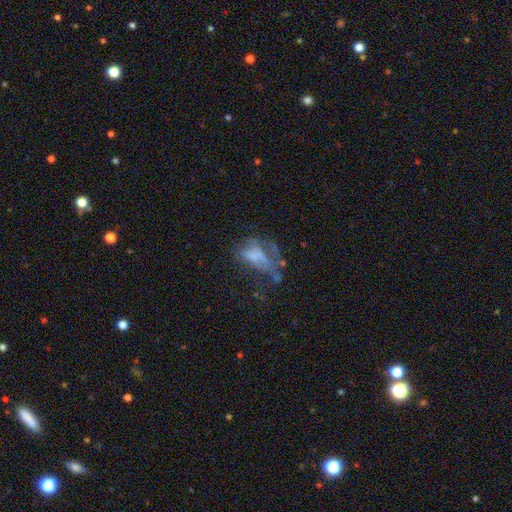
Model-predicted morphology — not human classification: This is possibly a featured or disk galaxy (45%). Merging: possibly major disturbance (45%).